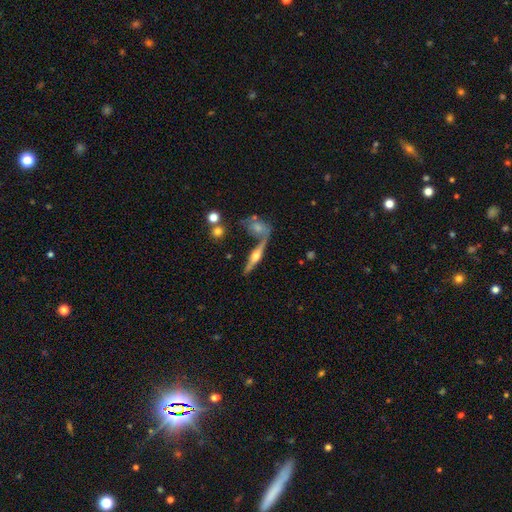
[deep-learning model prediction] smooth-or-featured: featured or disk: 72% | smooth: 22% | star or artifact: 7%
  disk-edge-on: yes: 94% | no: 6%
    edge-on-bulge: rounded: 93% | boxy: 4% | none: 2%
  merging: none: 64% | merger: 19% | minor disturbance: 13% | major disturbance: 4%